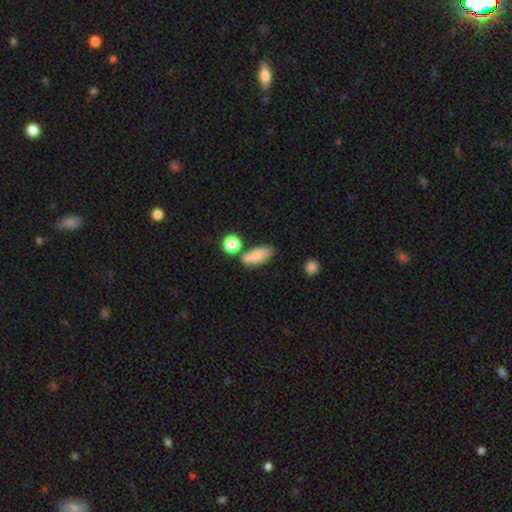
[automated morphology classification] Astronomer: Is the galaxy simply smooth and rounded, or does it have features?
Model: smooth — 78%.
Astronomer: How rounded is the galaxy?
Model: in between — 82%.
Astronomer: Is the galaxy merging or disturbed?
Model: none — 60%.